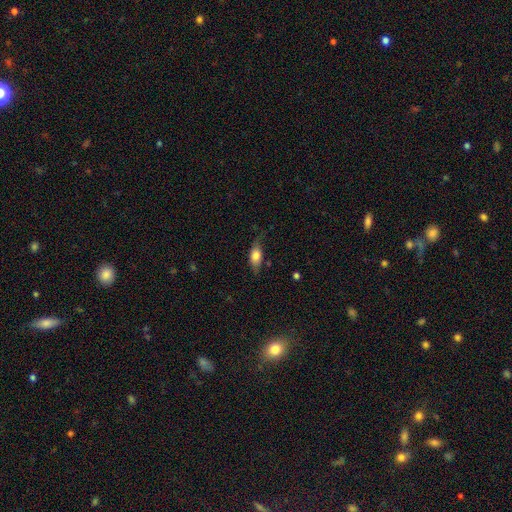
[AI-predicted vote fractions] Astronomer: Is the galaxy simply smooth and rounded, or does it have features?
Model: smooth — 70%.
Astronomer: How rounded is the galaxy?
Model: in between — 80%.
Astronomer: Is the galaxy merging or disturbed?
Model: none — 57%.